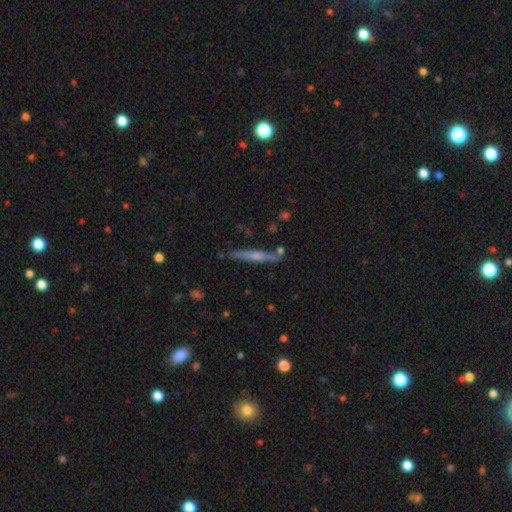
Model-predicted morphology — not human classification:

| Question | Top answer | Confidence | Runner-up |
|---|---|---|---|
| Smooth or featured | featured or disk | 59% | smooth (34%) |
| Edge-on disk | yes | 96% | no (4%) |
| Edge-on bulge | rounded | 65% | none (25%) |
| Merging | none | 84% | minor disturbance (10%) |